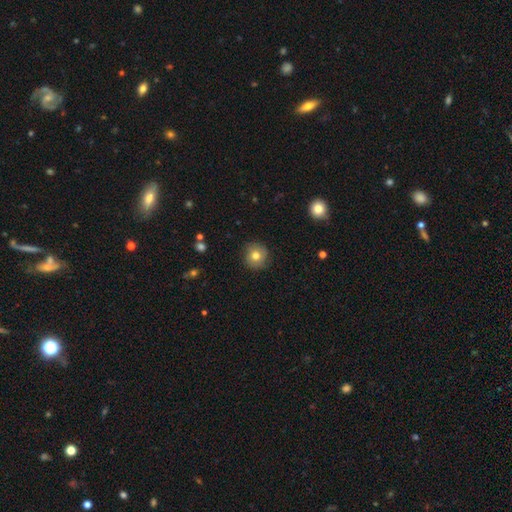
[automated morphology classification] This appears to be a smooth galaxy with no disk features (75%) that is round (93%). Merging: none (86%).